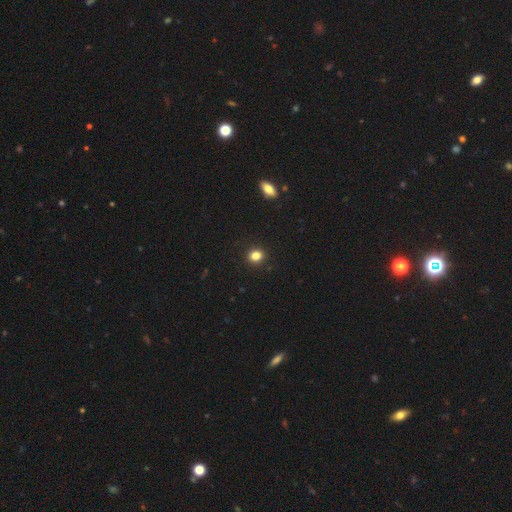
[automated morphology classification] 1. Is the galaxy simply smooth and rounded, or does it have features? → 83% smooth, 11% star or artifact, 5% featured or disk.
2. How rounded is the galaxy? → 61% round, 37% in between, 1% cigar-shaped.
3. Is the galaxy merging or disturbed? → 91% none, 6% minor disturbance, 2% major disturbance, 1% merger.